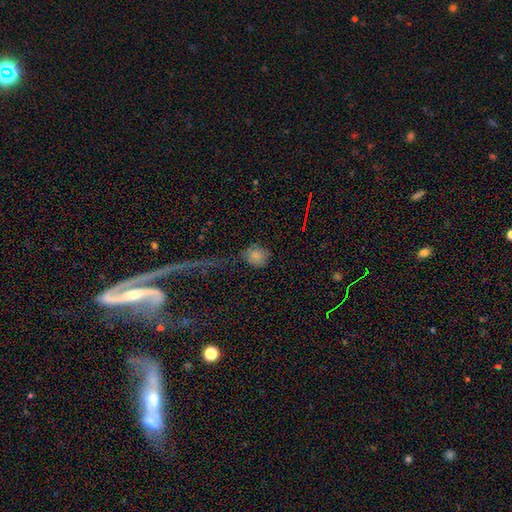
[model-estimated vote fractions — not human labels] The model was most divided on "merging": none: 60%, minor disturbance: 24%, major disturbance: 11%, merger: 5%. More confident: how rounded — round (78%); smooth or featured — smooth (75%).